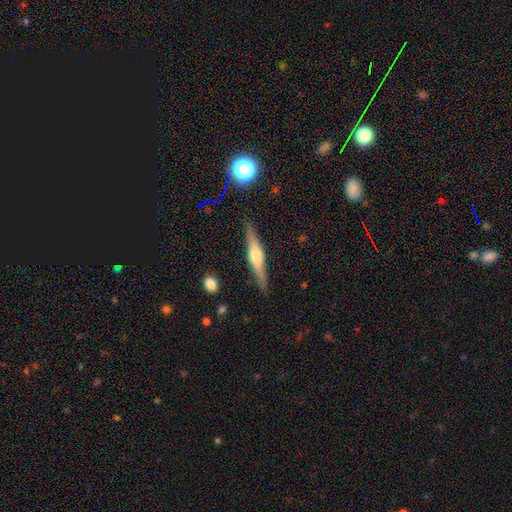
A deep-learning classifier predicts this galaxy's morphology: smooth_or_featured: featured or disk (p=0.69) [alt: smooth p=0.25]
disk_edge_on: yes (p=0.97) [alt: no p=0.03]
edge_on_bulge: rounded (p=0.86) [alt: boxy p=0.10]
merging: none (p=0.88) [alt: minor disturbance p=0.09]